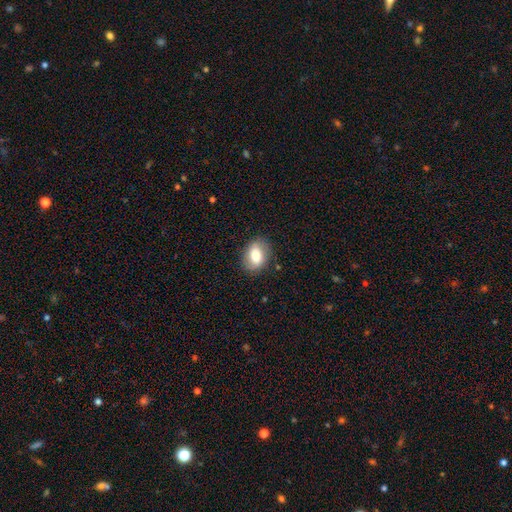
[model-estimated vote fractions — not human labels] Q: Smooth or featured?
A: smooth (75%); runner-up: featured or disk (17%)
Q: How rounded?
A: in between (76%); runner-up: round (23%)
Q: Merging?
A: none (82%); runner-up: minor disturbance (13%)